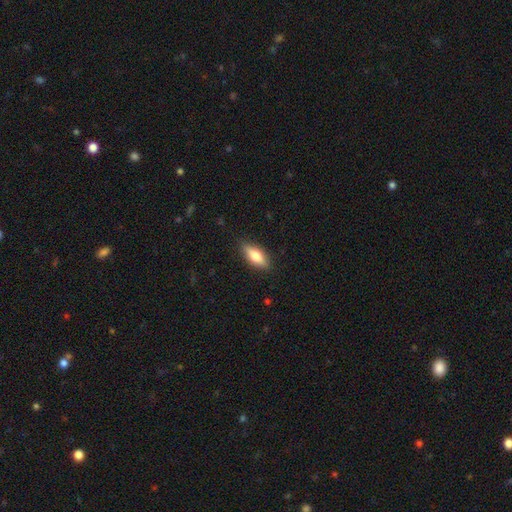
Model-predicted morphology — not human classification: smooth-or-featured: smooth: 64% | featured or disk: 29% | star or artifact: 6%
  how-rounded: in between: 63% | cigar-shaped: 35% | round: 3%
  merging: none: 86% | minor disturbance: 11% | major disturbance: 2% | merger: 1%